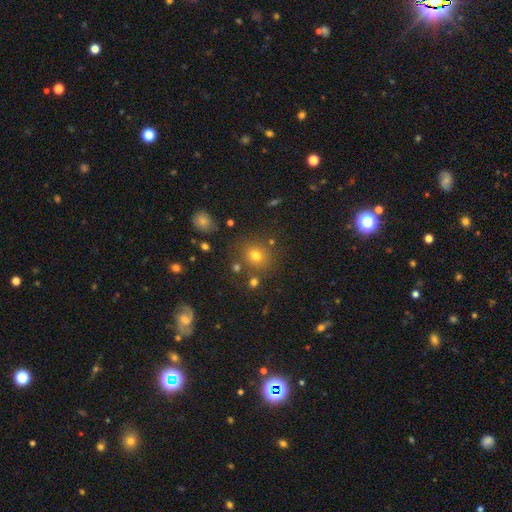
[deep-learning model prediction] smooth-or-featured: smooth: 73% | star or artifact: 19% | featured or disk: 9%
  how-rounded: round: 86% | in between: 13% | cigar-shaped: 1%
  merging: none: 79% | minor disturbance: 10% | merger: 7% | major disturbance: 4%